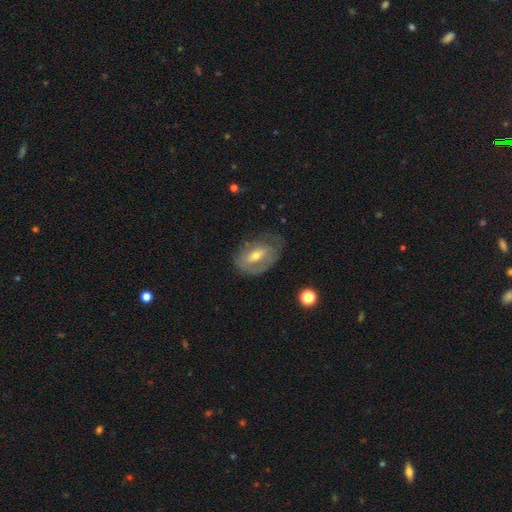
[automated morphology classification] Smooth or featured? featured or disk (60%)
Edge-on disk? no (91%)
Bar? weak (41%)
Spiral arms? yes (57%)
Bulge size? moderate (52%)
Merging? none (60%)